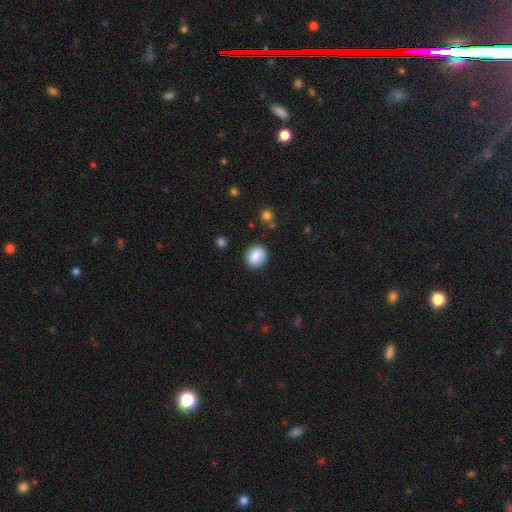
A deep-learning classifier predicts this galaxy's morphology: Smooth or featured? smooth (85%)
How rounded? round (58%)
Merging? none (82%)